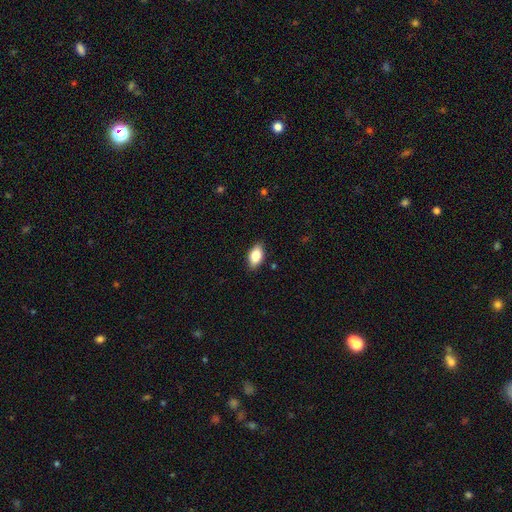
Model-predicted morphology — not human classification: This appears to be a smooth galaxy with no disk features (83%) that is in between round and cigar-shaped (92%). Merging: none (87%).